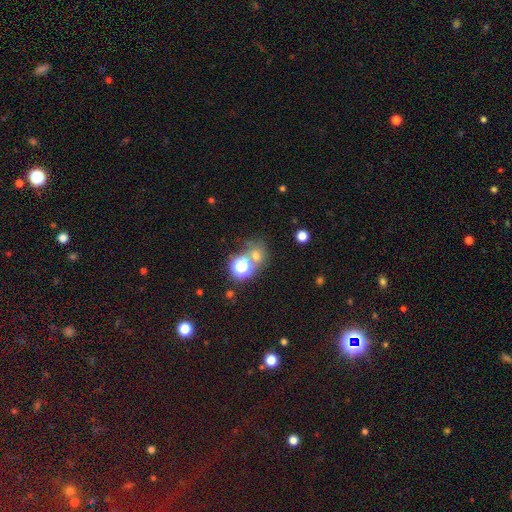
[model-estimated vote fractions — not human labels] Smooth or featured: smooth — 60% (star or artifact — 30%)
How rounded: round — 73% (in between — 26%)
Merging: none — 57% (merger — 25%)